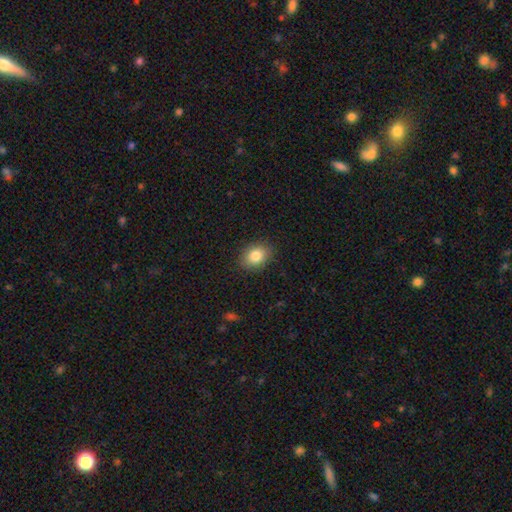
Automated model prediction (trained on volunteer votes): Q: Smooth or featured?
A: smooth (84%); runner-up: star or artifact (9%)
Q: How rounded?
A: in between (68%); runner-up: round (31%)
Q: Merging?
A: none (87%); runner-up: minor disturbance (9%)